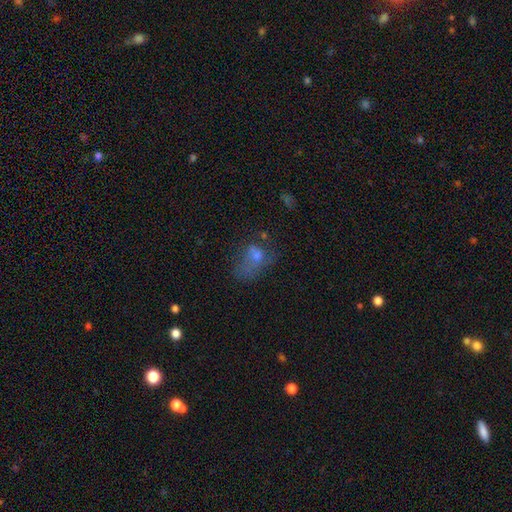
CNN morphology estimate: smooth-or-featured: smooth: 50% | featured or disk: 31% | star or artifact: 19%
  merging: major disturbance: 41% | none: 30% | minor disturbance: 22% | merger: 8%